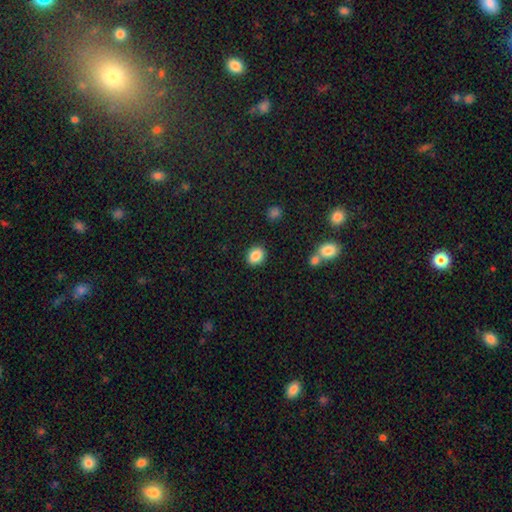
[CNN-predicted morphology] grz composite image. It shows a smooth galaxy with no disk features (87%) that is round (53%). Merging: none (87%).